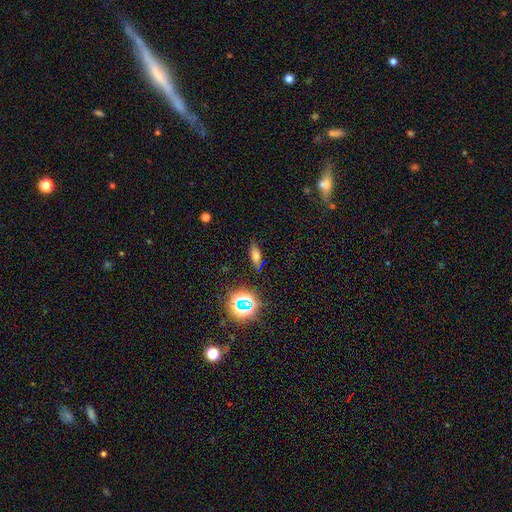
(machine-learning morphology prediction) This is likely a smooth galaxy (65%). How rounded: likely in between (72%). Merging: clearly none (80%).